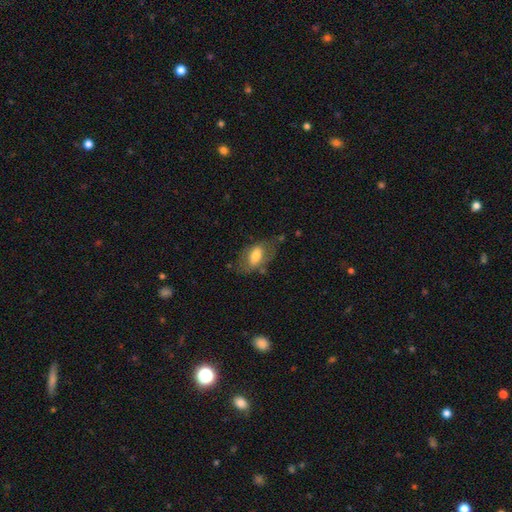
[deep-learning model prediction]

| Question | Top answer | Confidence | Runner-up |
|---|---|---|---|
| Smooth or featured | smooth | 59% | featured or disk (34%) |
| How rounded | in between | 90% | round (6%) |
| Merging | none | 55% | minor disturbance (25%) |